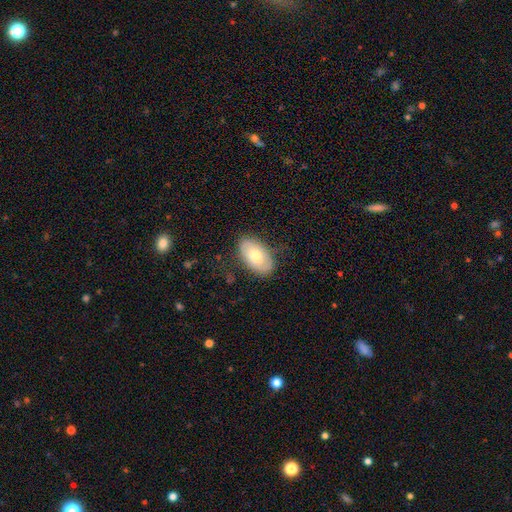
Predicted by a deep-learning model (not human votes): smooth-or-featured: smooth: 62% | featured or disk: 31% | star or artifact: 6%
  how-rounded: in between: 93% | round: 5% | cigar-shaped: 1%
  merging: none: 76% | minor disturbance: 18% | major disturbance: 5% | merger: 1%